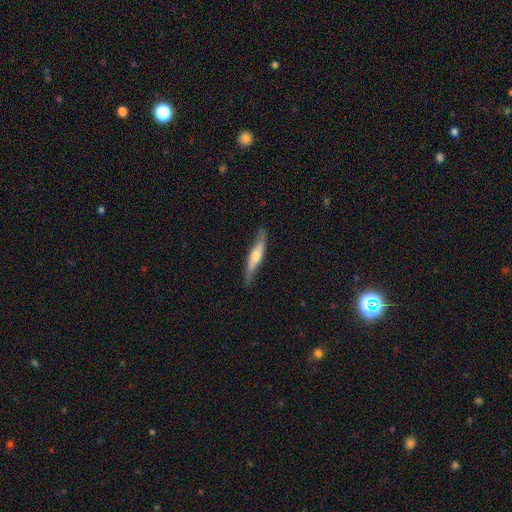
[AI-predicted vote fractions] Smooth or featured?
  - featured or disk: 63% *
  - smooth: 32%
  - star or artifact: 5%
Edge-on disk?
  - yes: 79% *
  - no: 21%
Merging?
  - none: 79% *
  - minor disturbance: 16%
  - major disturbance: 3%
  - merger: 1%